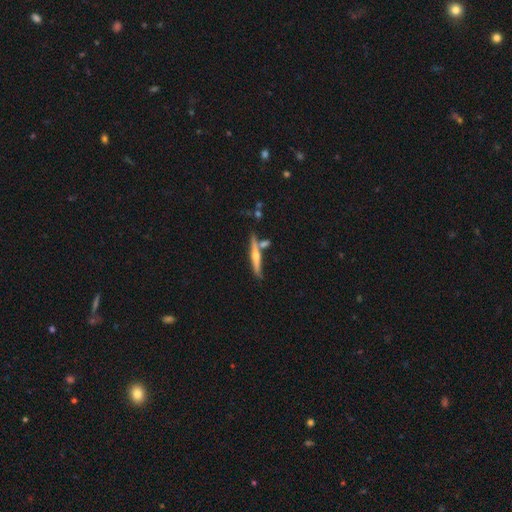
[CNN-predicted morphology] smooth-or-featured: featured or disk: 66% | smooth: 28% | star or artifact: 6%
  disk-edge-on: yes: 96% | no: 4%
    edge-on-bulge: rounded: 86% | none: 10% | boxy: 5%
  merging: none: 74% | merger: 12% | minor disturbance: 11% | major disturbance: 3%